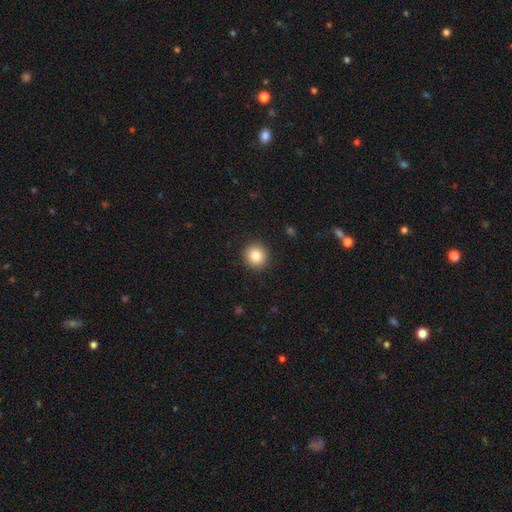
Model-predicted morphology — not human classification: Smooth or featured?
  - smooth: 84% *
  - star or artifact: 10%
  - featured or disk: 6%
How rounded?
  - round: 92% *
  - in between: 7%
  - cigar-shaped: 1%
Merging?
  - none: 91% *
  - minor disturbance: 6%
  - major disturbance: 2%
  - merger: 1%